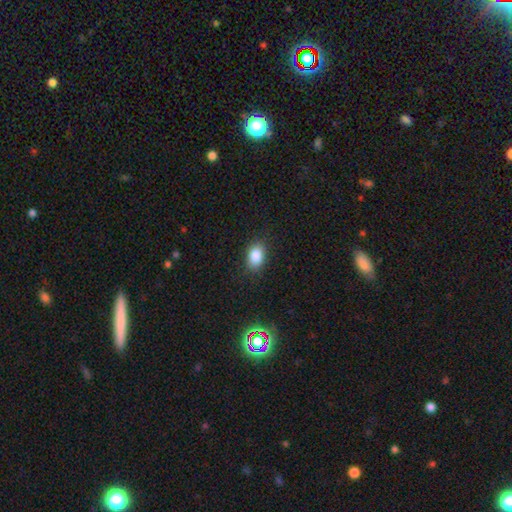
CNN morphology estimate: Smooth or featured?
  - smooth: 86% *
  - star or artifact: 9%
  - featured or disk: 5%
How rounded?
  - in between: 83% *
  - round: 16%
  - cigar-shaped: 2%
Merging?
  - none: 86% *
  - minor disturbance: 10%
  - major disturbance: 3%
  - merger: 1%